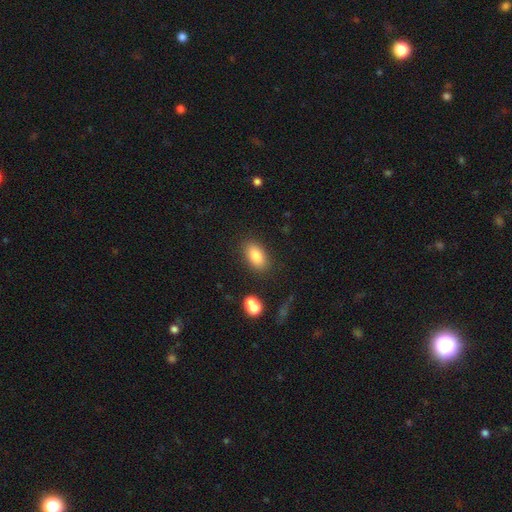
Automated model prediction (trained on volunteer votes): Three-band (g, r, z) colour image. It shows a smooth galaxy with no disk features (85%) that is in between round and cigar-shaped (90%). Merging: none (84%).